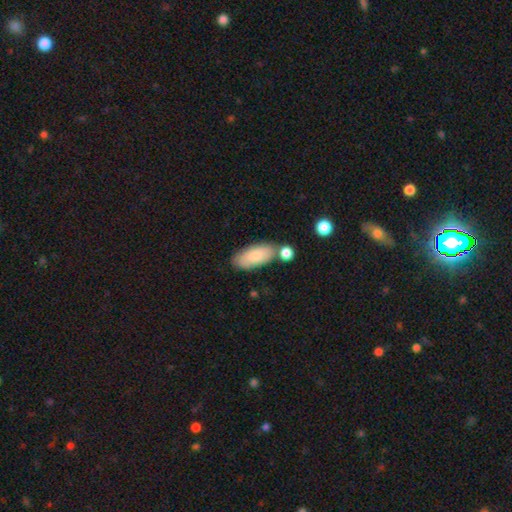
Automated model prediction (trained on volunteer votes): This is clearly a smooth galaxy (83%). How rounded: clearly in between (87%). Merging: likely none (66%).